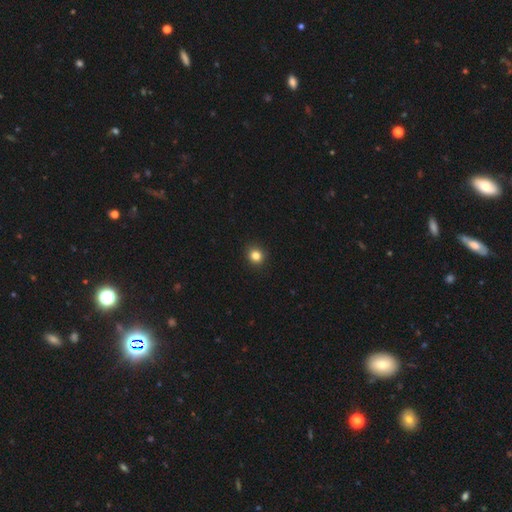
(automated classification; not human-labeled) The model was most divided on "how rounded": round: 85%, in between: 14%, cigar-shaped: 1%. More confident: merging — none (92%); smooth or featured — smooth (84%).